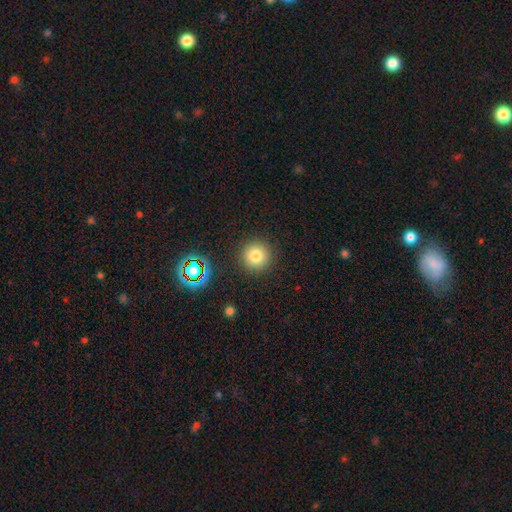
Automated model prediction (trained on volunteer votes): Smooth or featured?
  - smooth: 78% *
  - star or artifact: 15%
  - featured or disk: 8%
How rounded?
  - round: 95% *
  - in between: 4%
  - cigar-shaped: 1%
Merging?
  - none: 89% *
  - minor disturbance: 6%
  - major disturbance: 2%
  - merger: 2%